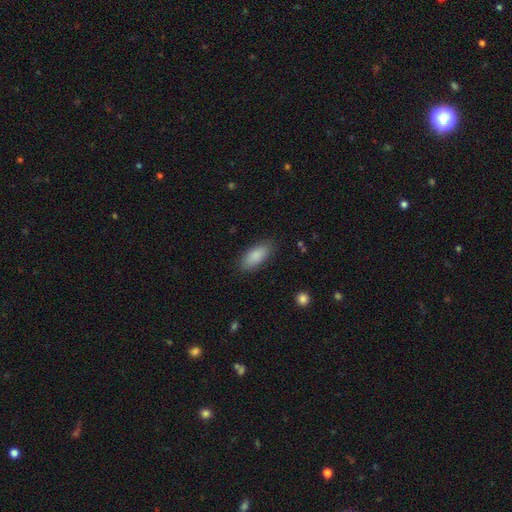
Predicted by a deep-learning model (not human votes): Morphology: type=smooth (88%); roundness=in between (84%); merging=none (86%).